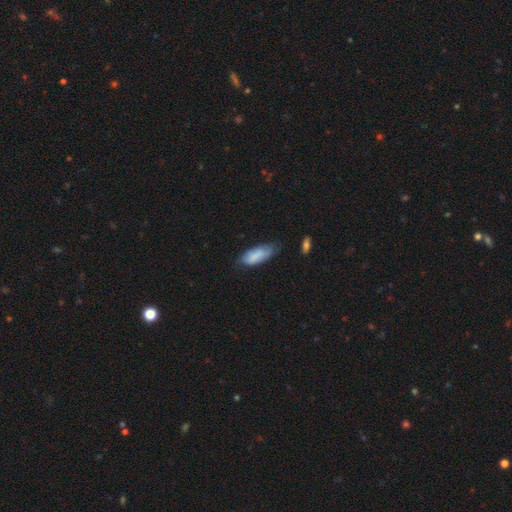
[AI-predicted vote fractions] Q: Smooth or featured?
A: smooth (78%); runner-up: featured or disk (16%)
Q: How rounded?
A: in between (80%); runner-up: cigar-shaped (18%)
Q: Merging?
A: none (48%); runner-up: minor disturbance (39%)